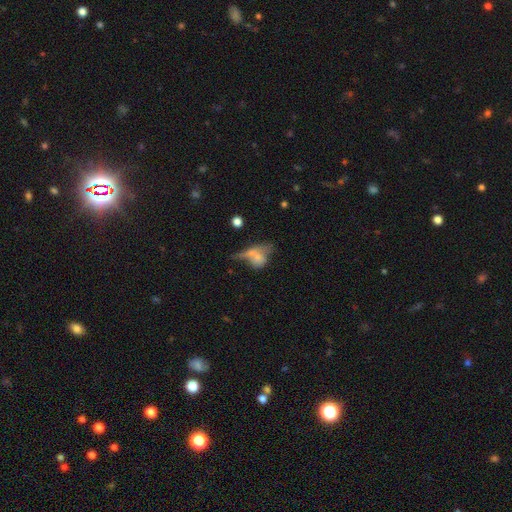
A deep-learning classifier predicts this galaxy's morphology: The model was most divided on "merging": merger: 39%, none: 31%, minor disturbance: 15%, major disturbance: 15%. More confident: smooth or featured — smooth (58%); how rounded — in between (55%).